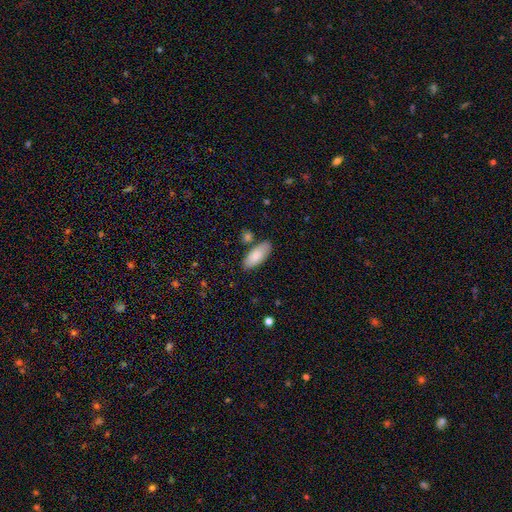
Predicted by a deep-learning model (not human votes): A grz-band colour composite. It shows a smooth galaxy with no disk features (83%) that is in between round and cigar-shaped (84%). Merging: none (79%).